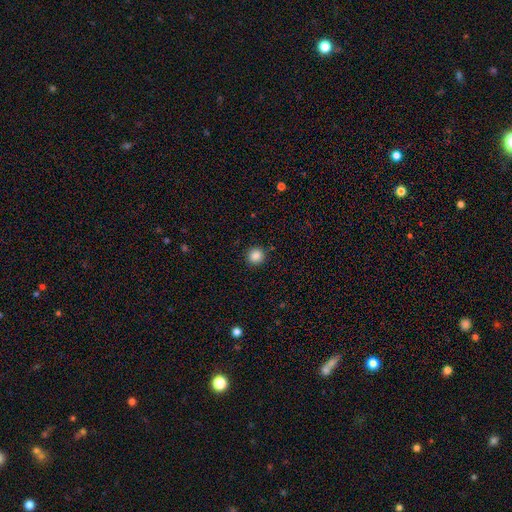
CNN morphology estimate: This is clearly a smooth galaxy (87%). How rounded: clearly round (94%). Merging: clearly none (91%).